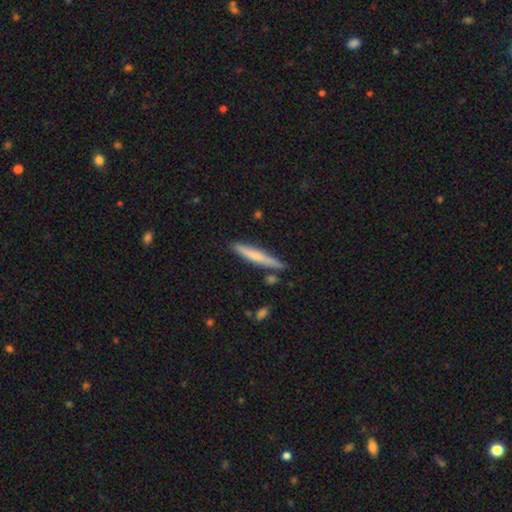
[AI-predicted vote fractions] A smooth galaxy with no disk features (63%) that is cigar-shaped (94%).

Vote fractions:
- Smooth or featured? smooth: 63% / featured or disk: 31% / star or artifact: 6%
- How rounded? cigar-shaped: 94% / in between: 5% / round: 1%
- Merging? none: 83% / minor disturbance: 11% / merger: 4% / major disturbance: 2%